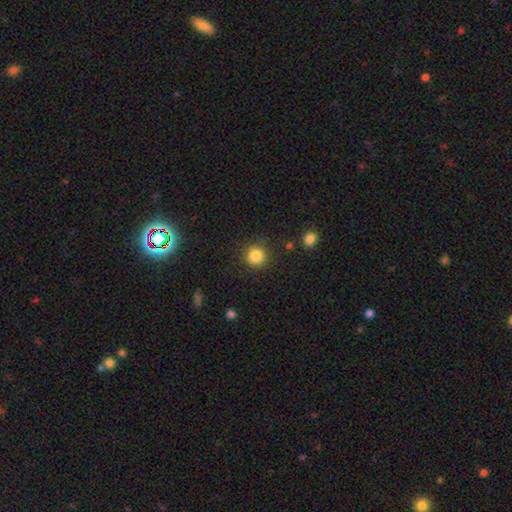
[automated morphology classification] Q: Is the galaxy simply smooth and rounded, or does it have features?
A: smooth — 85%.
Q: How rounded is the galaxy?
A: round — 93%.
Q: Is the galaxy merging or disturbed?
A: none — 88%.